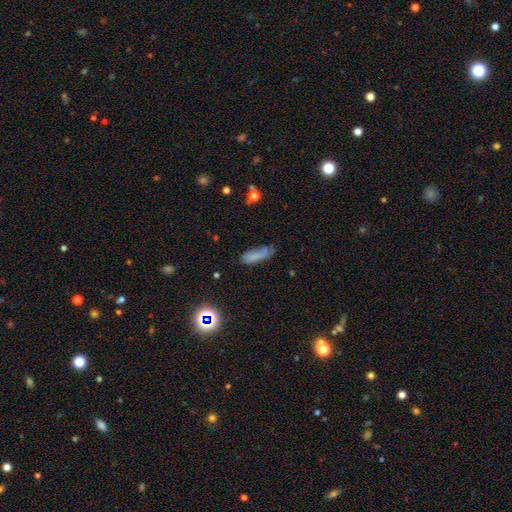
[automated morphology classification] Smooth or featured: smooth — 72% (featured or disk — 15%)
How rounded: cigar-shaped — 53% (in between — 44%)
Merging: none — 55% (minor disturbance — 29%)